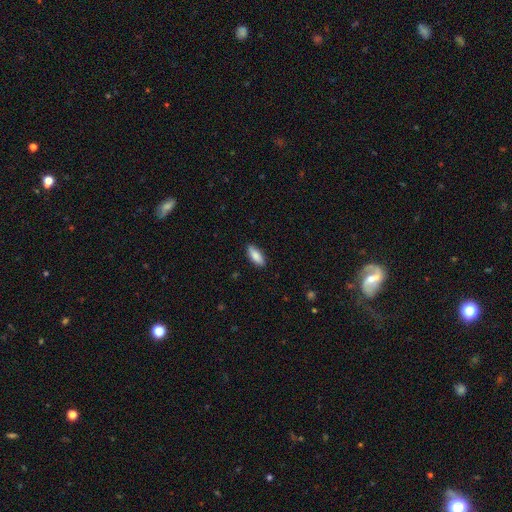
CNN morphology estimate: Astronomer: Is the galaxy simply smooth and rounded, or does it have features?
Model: smooth — 86%.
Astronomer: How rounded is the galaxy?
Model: in between — 76%.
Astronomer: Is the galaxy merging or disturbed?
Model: none — 88%.